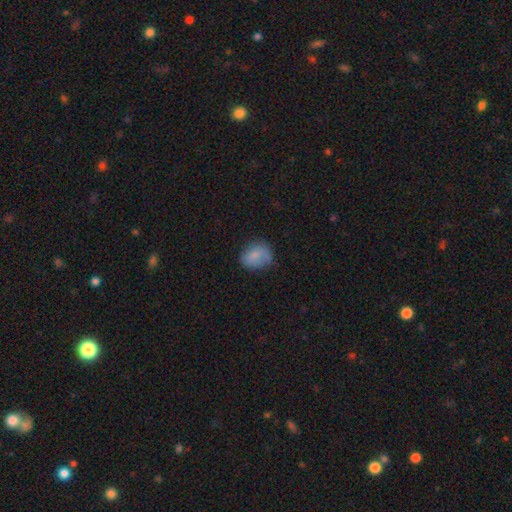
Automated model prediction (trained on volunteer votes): Smooth or featured: smooth — 77% (featured or disk — 14%)
How rounded: in between — 54% (round — 45%)
Merging: none — 60% (minor disturbance — 28%)